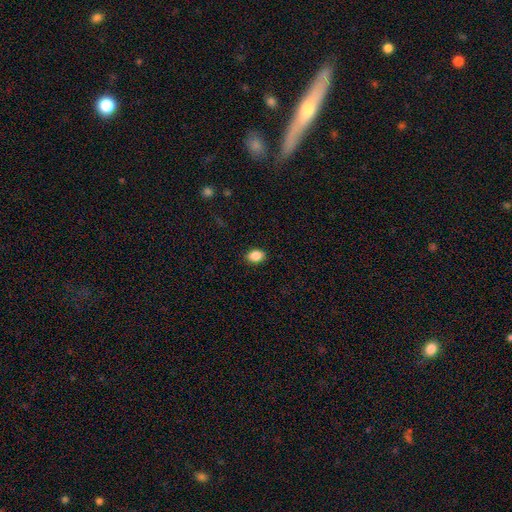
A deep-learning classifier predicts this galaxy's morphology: Q: Smooth or featured?
A: smooth (87%); runner-up: star or artifact (9%)
Q: How rounded?
A: in between (71%); runner-up: round (27%)
Q: Merging?
A: none (88%); runner-up: minor disturbance (9%)